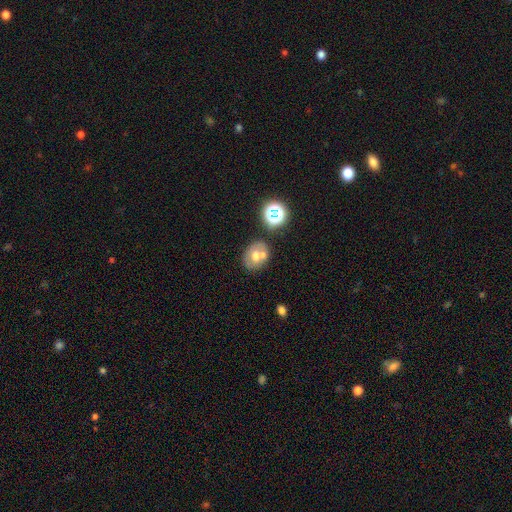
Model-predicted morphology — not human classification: The model was most divided on "how rounded": round: 53%, in between: 47%, cigar-shaped: 1%. More confident: smooth or featured — smooth (60%); merging — none (53%).